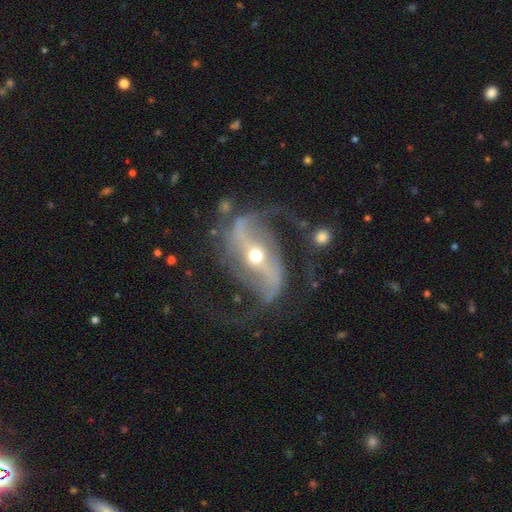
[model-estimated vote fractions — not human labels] Smooth or featured?
  - featured or disk: 90% *
  - star or artifact: 5%
  - smooth: 5%
Edge-on disk?
  - no: 95% *
  - yes: 5%
Bar?
  - strong: 66% *
  - weak: 22%
  - no: 12%
Spiral arms?
  - yes: 94% *
  - no: 6%
Spiral winding?
  - loose: 59% *
  - medium: 32%
  - tight: 9%
Spiral arm count?
  - 2: 93% *
  - can't tell: 2%
  - 1: 2%
  - 3: 1%
  - 4: 1%
  - more than 4: 1%
Bulge size?
  - moderate: 63% *
  - small: 31%
  - large: 4%
  - dominant: 1%
  - none: 1%
Merging?
  - none: 64% *
  - minor disturbance: 17%
  - major disturbance: 15%
  - merger: 4%